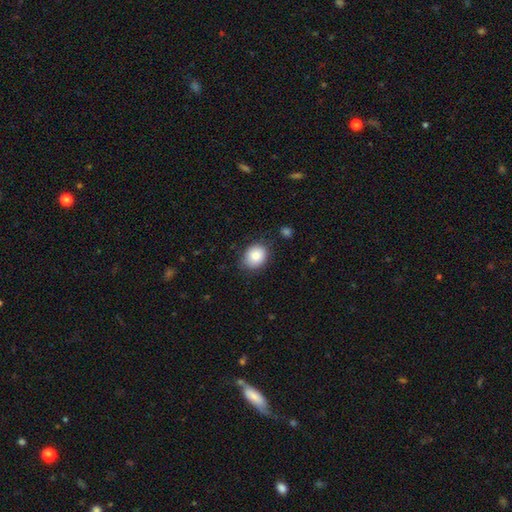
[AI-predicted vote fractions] Smooth or featured?
  - smooth: 84% *
  - star or artifact: 8%
  - featured or disk: 8%
How rounded?
  - round: 55% *
  - in between: 44%
  - cigar-shaped: 1%
Merging?
  - none: 78% *
  - minor disturbance: 16%
  - major disturbance: 4%
  - merger: 2%